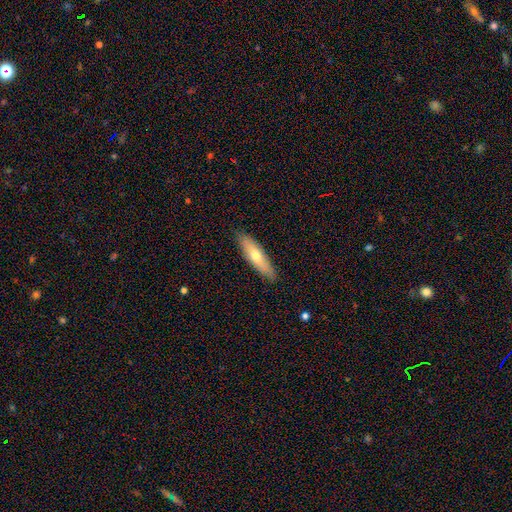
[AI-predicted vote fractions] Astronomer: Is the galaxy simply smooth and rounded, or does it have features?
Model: smooth — 58% (runner-up: featured or disk, 36%).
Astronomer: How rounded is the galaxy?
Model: cigar-shaped — 67%.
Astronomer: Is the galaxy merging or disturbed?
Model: none — 87%.